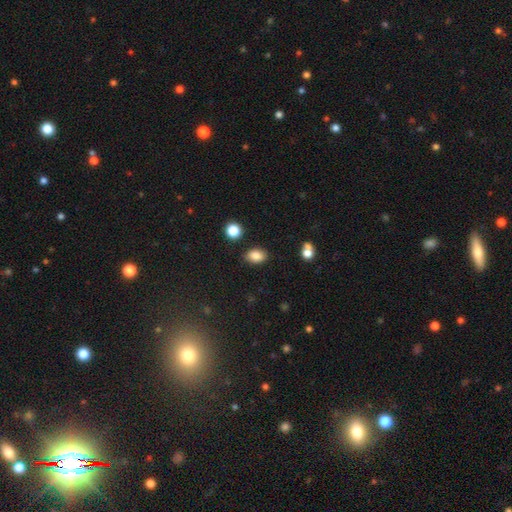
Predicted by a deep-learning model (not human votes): A smooth galaxy with no disk features (85%) that is in between round and cigar-shaped (82%). Merging: none (83%).